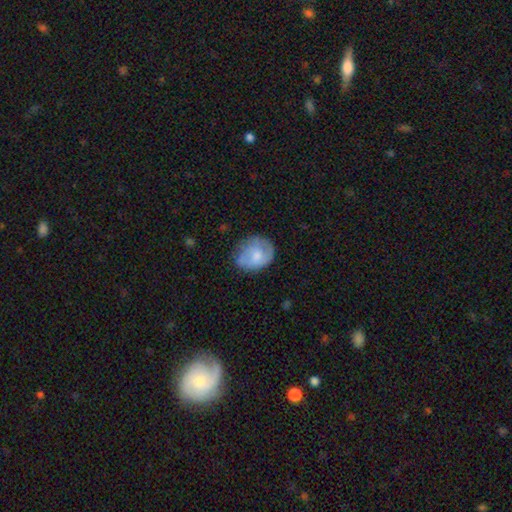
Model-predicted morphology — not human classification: A smooth galaxy with no disk features (61%) that is round (55%).

Vote fractions:
- Smooth or featured? smooth: 61% / featured or disk: 32% / star or artifact: 7%
- How rounded? round: 55% / in between: 44% / cigar-shaped: 1%
- Merging? none: 60% / minor disturbance: 28% / major disturbance: 10% / merger: 2%